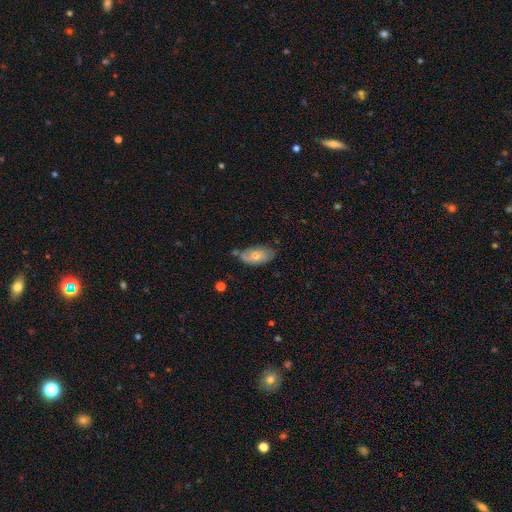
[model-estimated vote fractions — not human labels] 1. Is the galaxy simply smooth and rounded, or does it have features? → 47% smooth, 45% featured or disk, 8% star or artifact.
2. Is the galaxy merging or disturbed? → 58% none, 30% minor disturbance, 8% major disturbance, 5% merger.